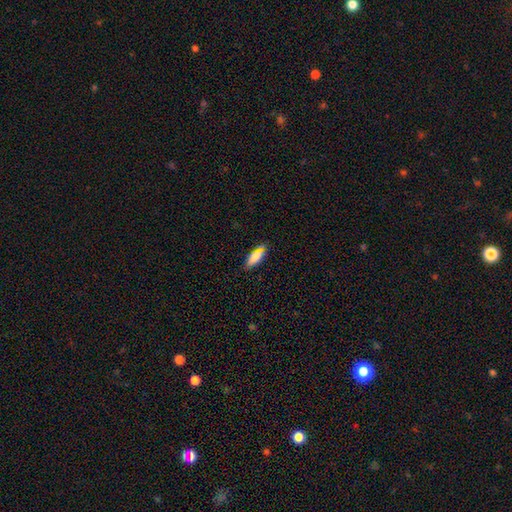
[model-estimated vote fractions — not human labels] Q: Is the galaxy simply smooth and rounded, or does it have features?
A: smooth — 80%.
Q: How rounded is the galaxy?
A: in between — 69%.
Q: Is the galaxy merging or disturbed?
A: none — 75%.